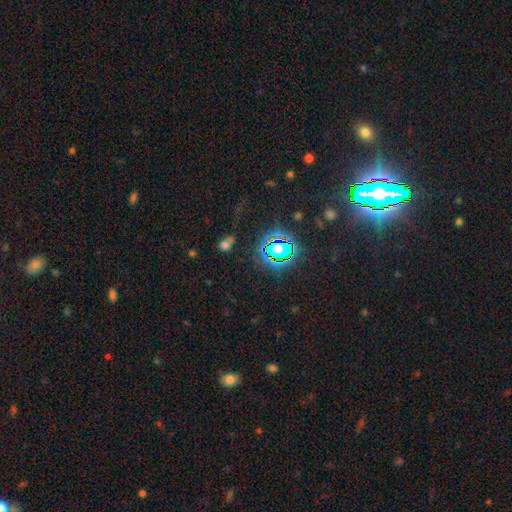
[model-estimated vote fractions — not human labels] smooth-or-featured: star or artifact: 80% | smooth: 12% | featured or disk: 8%